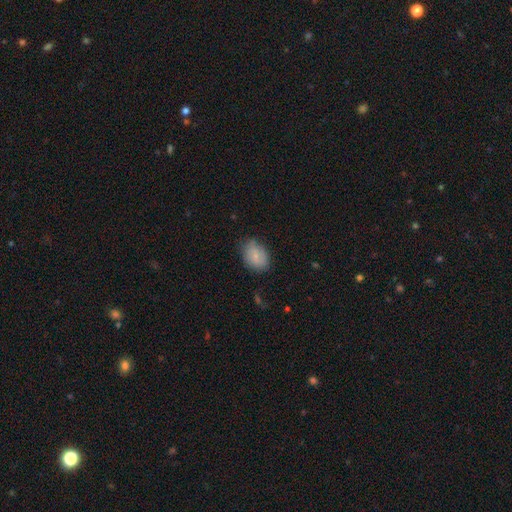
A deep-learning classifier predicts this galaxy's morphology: Smooth or featured? Predicted: smooth (p=0.78). How rounded? Predicted: in between (p=0.78). Merging? Predicted: none (p=0.73).